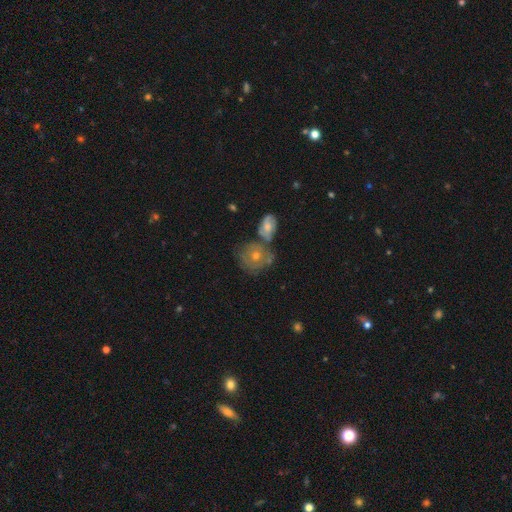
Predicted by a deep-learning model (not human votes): Morphology: type=featured or disk (52%); edge-on=no (95%); merging=none (49%).